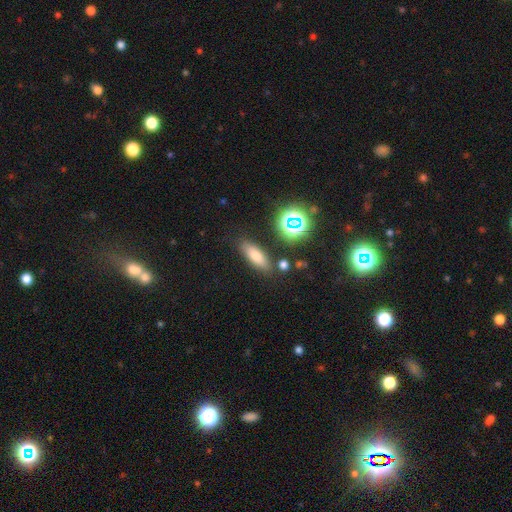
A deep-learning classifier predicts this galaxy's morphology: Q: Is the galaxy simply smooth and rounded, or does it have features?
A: smooth — 69%.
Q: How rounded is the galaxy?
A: in between — 57%.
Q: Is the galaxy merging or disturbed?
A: none — 83%.